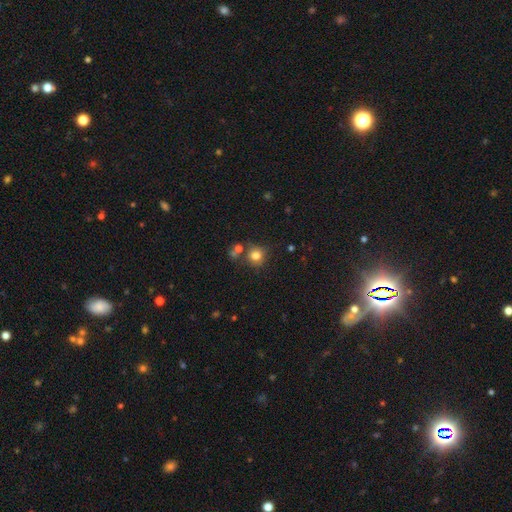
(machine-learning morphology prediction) The model was most divided on "merging": none: 69%, merger: 15%, minor disturbance: 12%, major disturbance: 4%. More confident: how rounded — round (88%); smooth or featured — smooth (79%).